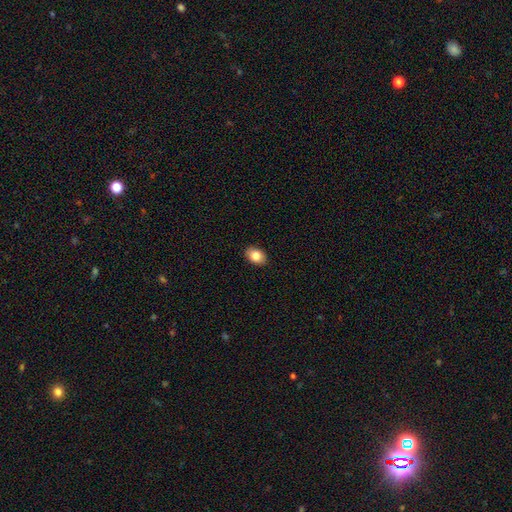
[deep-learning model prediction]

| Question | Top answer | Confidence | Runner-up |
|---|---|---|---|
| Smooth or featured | smooth | 84% | featured or disk (8%) |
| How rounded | in between | 81% | round (18%) |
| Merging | none | 90% | minor disturbance (7%) |